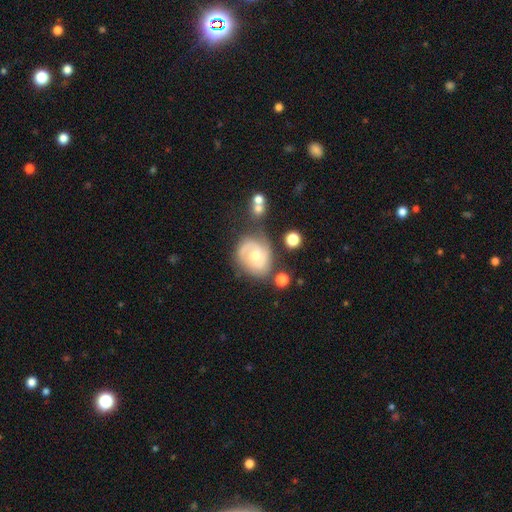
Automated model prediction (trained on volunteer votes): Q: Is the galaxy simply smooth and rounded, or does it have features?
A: featured or disk — 74%.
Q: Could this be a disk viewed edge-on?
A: no — 97%.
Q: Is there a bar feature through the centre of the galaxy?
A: no — 71%.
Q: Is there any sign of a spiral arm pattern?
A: yes — 89%.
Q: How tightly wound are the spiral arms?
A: tight — 50%.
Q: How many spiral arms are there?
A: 2 — 60%.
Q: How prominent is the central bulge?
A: moderate — 60%.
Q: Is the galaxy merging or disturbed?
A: none — 61%.